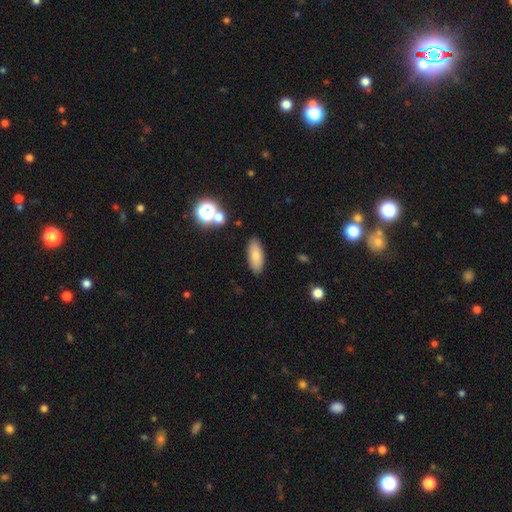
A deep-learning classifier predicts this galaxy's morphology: This appears to be a smooth galaxy with no disk features (77%) that is in between round and cigar-shaped (81%). Merging: none (87%).